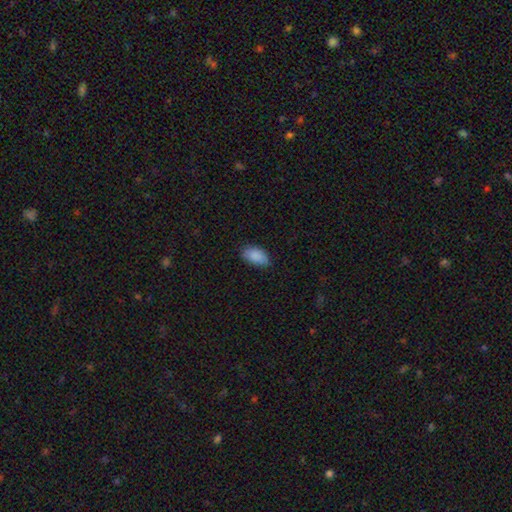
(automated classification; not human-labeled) Smooth or featured: smooth — 88% (star or artifact — 7%)
How rounded: in between — 93% (round — 5%)
Merging: none — 73% (minor disturbance — 22%)